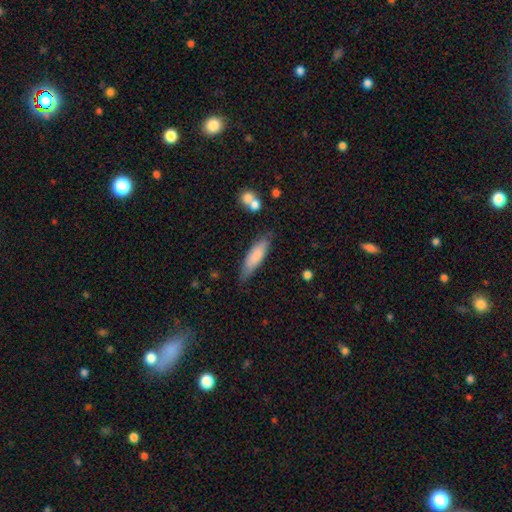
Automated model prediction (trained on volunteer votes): smooth 76%, featured or disk 18%, star or artifact 6%. Down the decision tree: how rounded — cigar-shaped (67%); merging — none (74%).